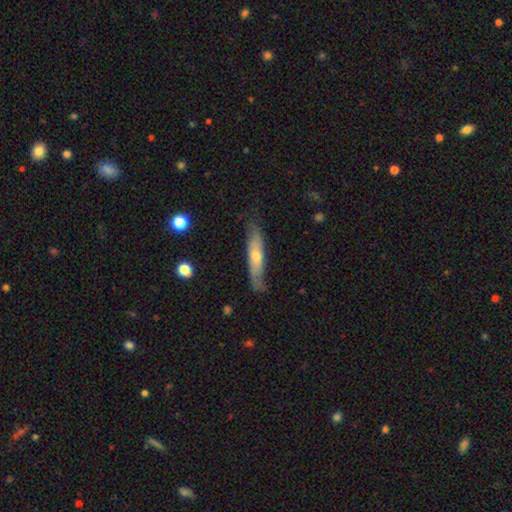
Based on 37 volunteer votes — Smooth or featured? smooth (57%)
How rounded? cigar-shaped (95%)
Merging? none (63%)